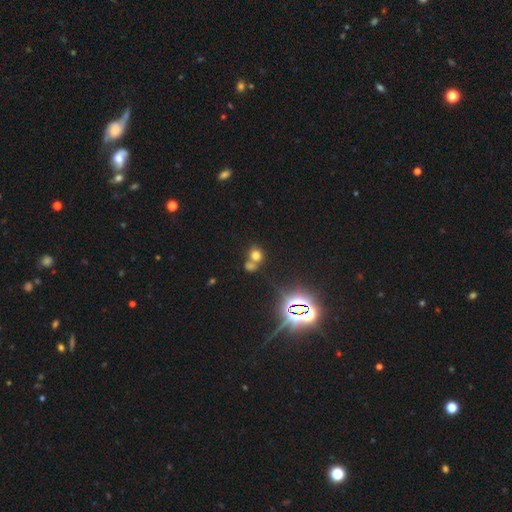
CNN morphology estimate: Q: Smooth or featured?
A: smooth (64%); runner-up: star or artifact (24%)
Q: How rounded?
A: round (74%); runner-up: in between (24%)
Q: Merging?
A: merger (50%); runner-up: none (39%)